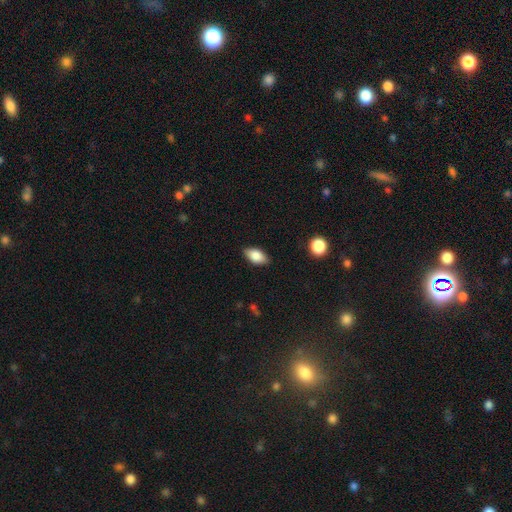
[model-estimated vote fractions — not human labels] Smooth or featured?
  - smooth: 82% *
  - featured or disk: 11%
  - star or artifact: 7%
How rounded?
  - in between: 91% *
  - round: 5%
  - cigar-shaped: 5%
Merging?
  - none: 84% *
  - minor disturbance: 12%
  - major disturbance: 2%
  - merger: 1%